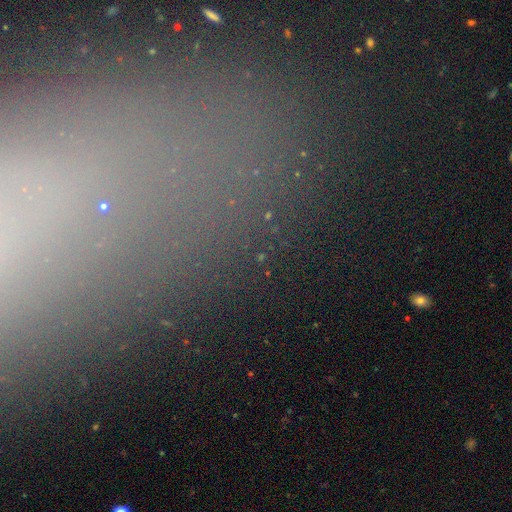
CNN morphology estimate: A star or artifact, not a galaxy (61%).

Vote fractions:
- Smooth or featured? star or artifact: 61% / smooth: 21% / featured or disk: 18%